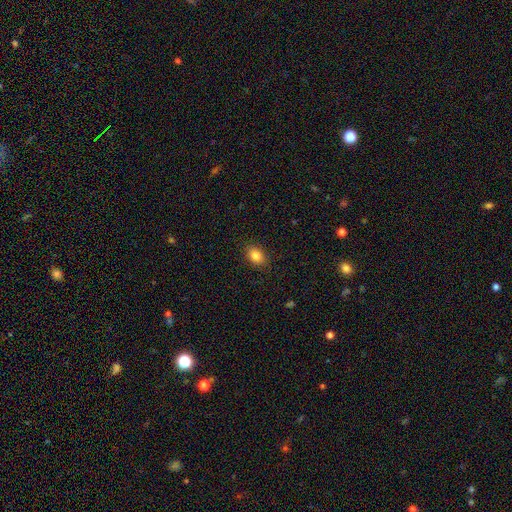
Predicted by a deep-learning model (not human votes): smooth 84%, star or artifact 9%, featured or disk 6%. Down the decision tree: how rounded — in between (70%); merging — none (88%).